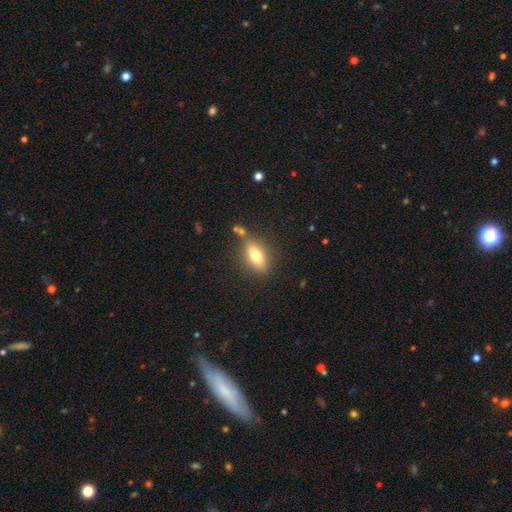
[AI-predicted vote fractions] Smooth or featured: smooth — 65% (featured or disk — 26%)
How rounded: in between — 75% (cigar-shaped — 19%)
Merging: none — 77% (minor disturbance — 13%)